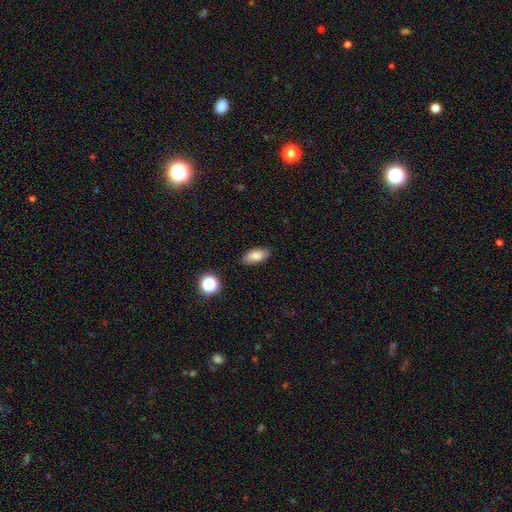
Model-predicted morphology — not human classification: Smooth or featured? smooth (84%)
How rounded? in between (88%)
Merging? none (85%)